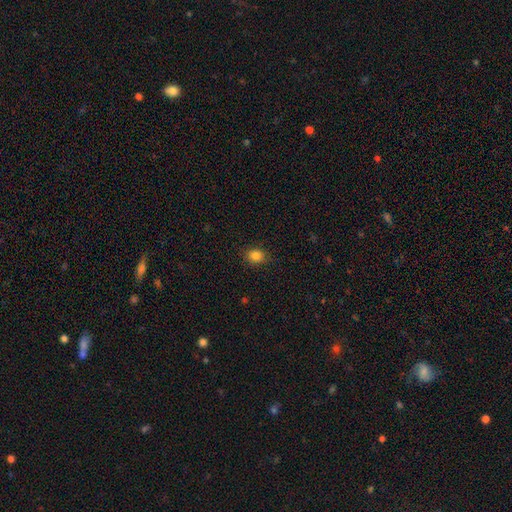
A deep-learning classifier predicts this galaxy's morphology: Smooth or featured?
  - smooth: 85% *
  - star or artifact: 11%
  - featured or disk: 4%
How rounded?
  - round: 57% *
  - in between: 42%
  - cigar-shaped: 1%
Merging?
  - none: 87% *
  - minor disturbance: 9%
  - major disturbance: 3%
  - merger: 1%